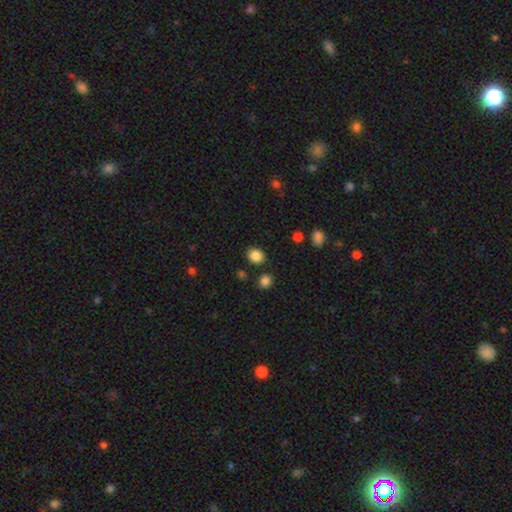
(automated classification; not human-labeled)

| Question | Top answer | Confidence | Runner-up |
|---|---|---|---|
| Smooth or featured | smooth | 85% | star or artifact (10%) |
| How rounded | round | 63% | in between (36%) |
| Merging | none | 85% | minor disturbance (9%) |